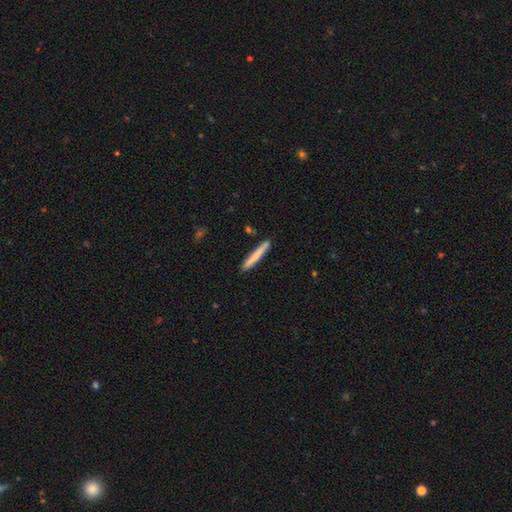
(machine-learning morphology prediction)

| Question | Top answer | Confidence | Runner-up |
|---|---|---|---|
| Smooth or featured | smooth | 75% | featured or disk (19%) |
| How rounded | cigar-shaped | 96% | in between (3%) |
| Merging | none | 87% | minor disturbance (9%) |